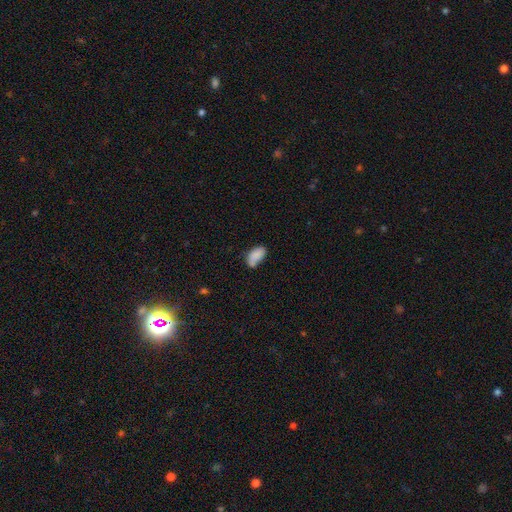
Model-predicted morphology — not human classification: smooth-or-featured: smooth: 83% | featured or disk: 9% | star or artifact: 8%
  how-rounded: in between: 92% | round: 5% | cigar-shaped: 3%
  merging: none: 51% | minor disturbance: 25% | merger: 17% | major disturbance: 8%